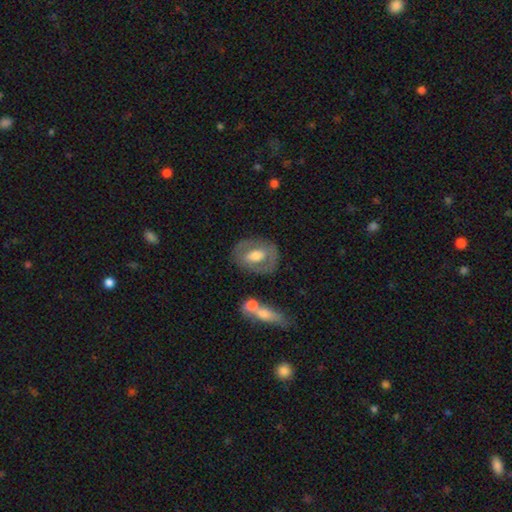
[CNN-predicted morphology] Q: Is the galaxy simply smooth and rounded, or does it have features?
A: featured or disk — 51%.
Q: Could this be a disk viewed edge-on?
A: no — 92%.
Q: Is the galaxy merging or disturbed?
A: none — 74%.